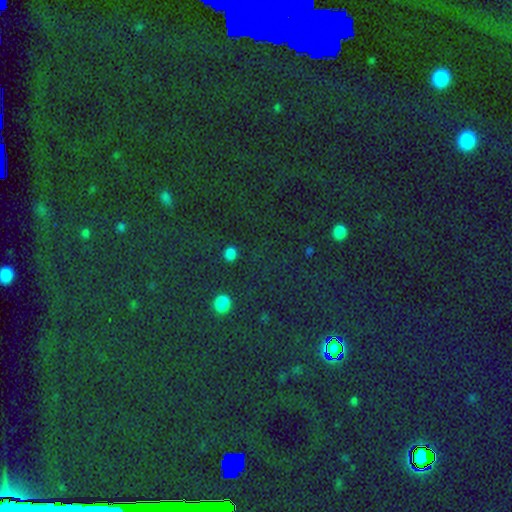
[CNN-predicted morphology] A star or artifact, not a galaxy (79%).

Vote fractions:
- Smooth or featured? star or artifact: 79% / smooth: 13% / featured or disk: 8%